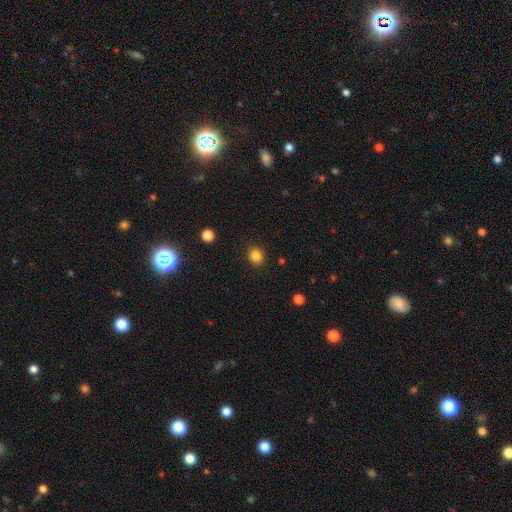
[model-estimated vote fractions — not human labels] smooth 84%, star or artifact 12%, featured or disk 4%. Down the decision tree: how rounded — round (79%); merging — none (90%).